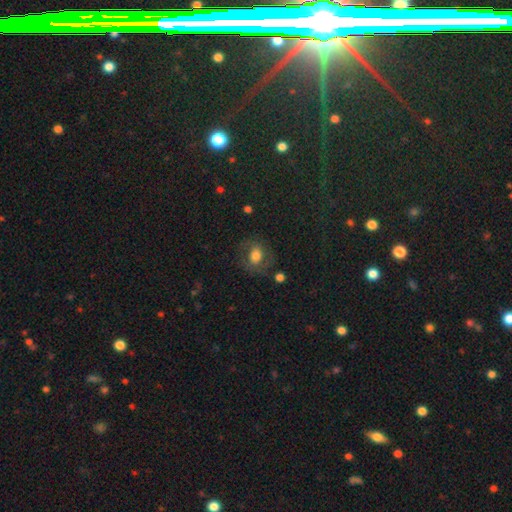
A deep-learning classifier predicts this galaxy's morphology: smooth_or_featured: smooth (p=0.59) [alt: featured or disk p=0.29]
how_rounded: round (p=0.54) [alt: in between p=0.44]
merging: none (p=0.69) [alt: minor disturbance p=0.17]